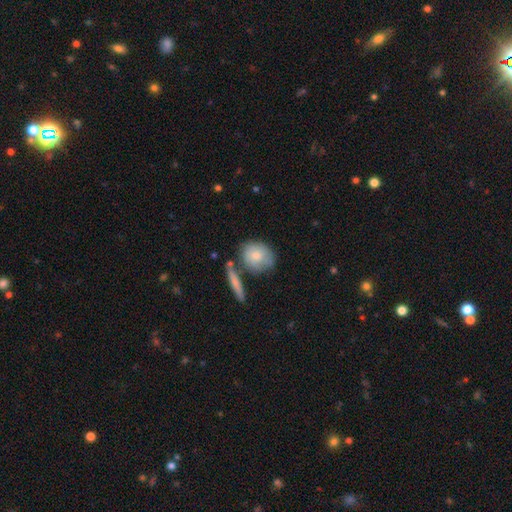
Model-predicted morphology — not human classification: Overall: smooth (71%). How rounded: round (68%). Merging: none (56%; minor disturbance 21%).